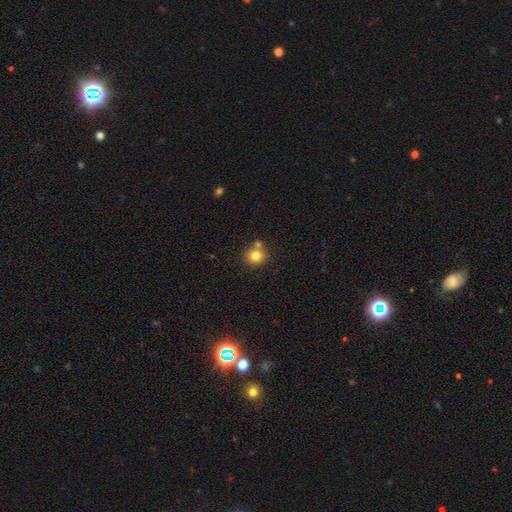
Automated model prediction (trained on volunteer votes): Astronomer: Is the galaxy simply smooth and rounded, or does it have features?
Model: smooth — 79%.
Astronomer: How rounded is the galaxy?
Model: round — 89%.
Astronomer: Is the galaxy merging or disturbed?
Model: none — 69%.